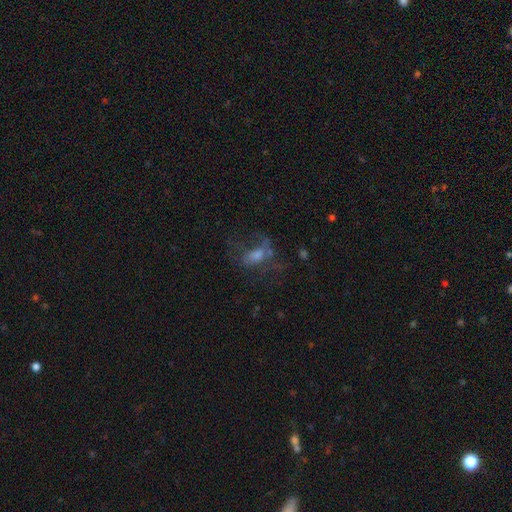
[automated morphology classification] Smooth or featured: featured or disk — 44% (smooth — 34%)
Merging: none — 41% (major disturbance — 37%)